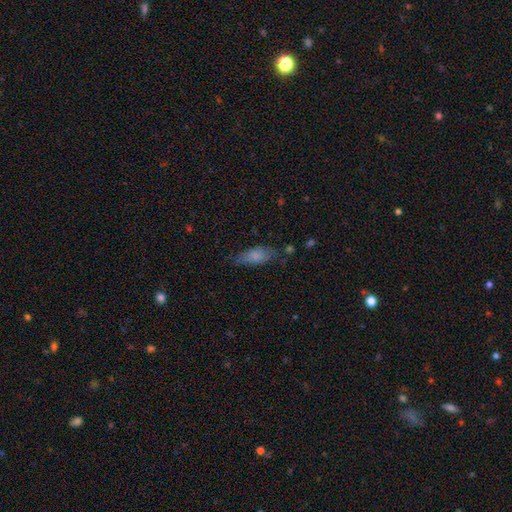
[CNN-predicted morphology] Q: Smooth or featured?
A: smooth (76%); runner-up: featured or disk (16%)
Q: How rounded?
A: in between (72%); runner-up: cigar-shaped (25%)
Q: Merging?
A: none (63%); runner-up: minor disturbance (26%)